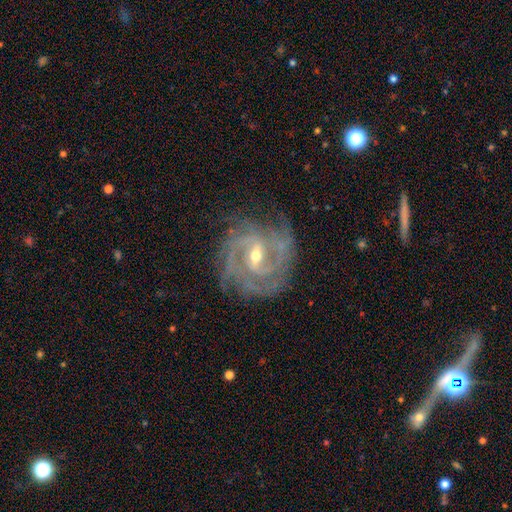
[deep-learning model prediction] featured or disk 92%, star or artifact 5%, smooth 3%. Down the decision tree: edge-on disk — no (97%); bar — weak (49%); spiral arms — yes (98%); spiral arm count — 2 (35%); spiral winding — tight (53%); bulge size — small (53%); merging — none (74%).